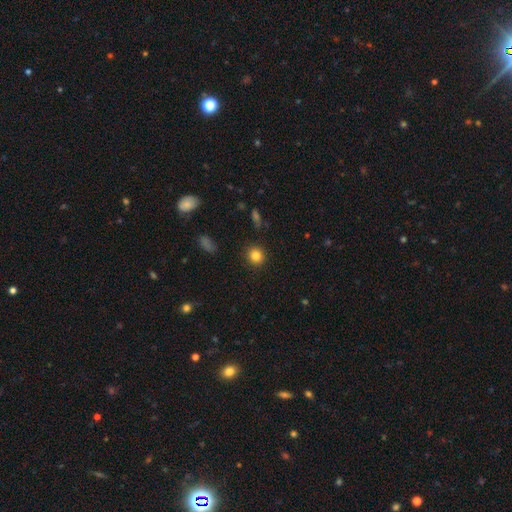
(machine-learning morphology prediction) A smooth galaxy with no disk features (84%) that is round (86%).

Vote fractions:
- Smooth or featured? smooth: 84% / star or artifact: 11% / featured or disk: 5%
- How rounded? round: 86% / in between: 13% / cigar-shaped: 1%
- Merging? none: 90% / minor disturbance: 6% / major disturbance: 2% / merger: 1%